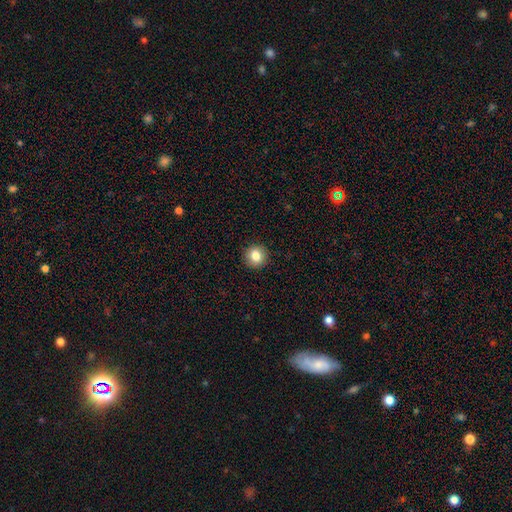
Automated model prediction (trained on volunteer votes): smooth-or-featured: smooth: 83% | star or artifact: 10% | featured or disk: 8%
  how-rounded: round: 92% | in between: 7% | cigar-shaped: 1%
  merging: none: 92% | minor disturbance: 5% | major disturbance: 2% | merger: 1%